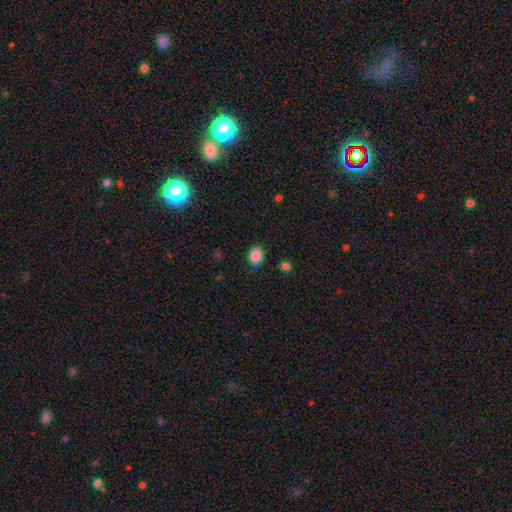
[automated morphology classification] Smooth or featured?
  - smooth: 86% *
  - star or artifact: 11%
  - featured or disk: 3%
How rounded?
  - round: 64% *
  - in between: 35%
  - cigar-shaped: 1%
Merging?
  - none: 82% *
  - minor disturbance: 12%
  - major disturbance: 3%
  - merger: 2%